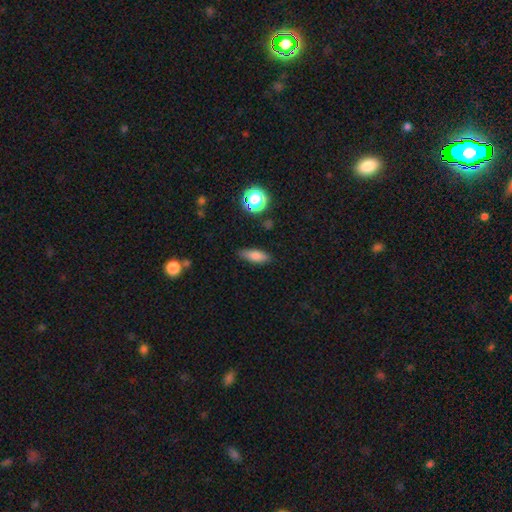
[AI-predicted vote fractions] This is likely a smooth galaxy (76%). How rounded: likely in between (64%). Merging: clearly none (81%).